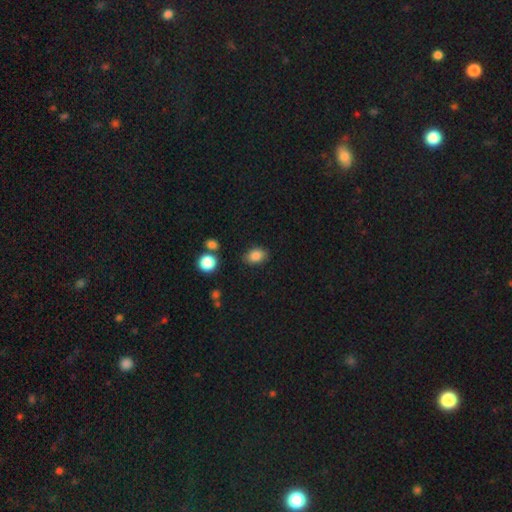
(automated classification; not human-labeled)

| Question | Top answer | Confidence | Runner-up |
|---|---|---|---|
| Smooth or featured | smooth | 84% | star or artifact (10%) |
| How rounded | in between | 76% | round (23%) |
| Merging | none | 83% | minor disturbance (11%) |